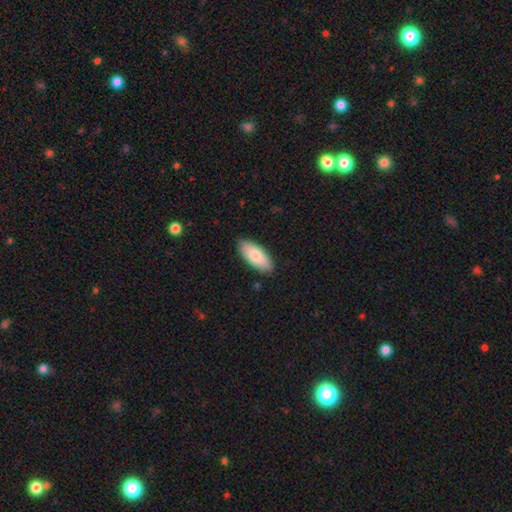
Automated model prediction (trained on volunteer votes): Q: Smooth or featured?
A: smooth (80%); runner-up: featured or disk (14%)
Q: How rounded?
A: in between (86%); runner-up: cigar-shaped (12%)
Q: Merging?
A: none (88%); runner-up: minor disturbance (9%)